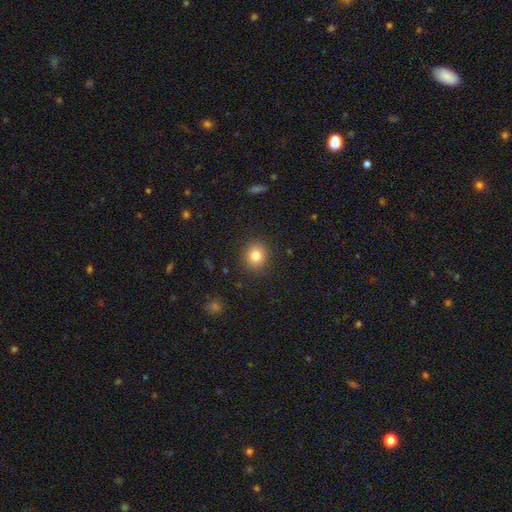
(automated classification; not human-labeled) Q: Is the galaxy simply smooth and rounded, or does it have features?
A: smooth — 81%.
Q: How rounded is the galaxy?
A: round — 85%.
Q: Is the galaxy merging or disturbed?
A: none — 89%.